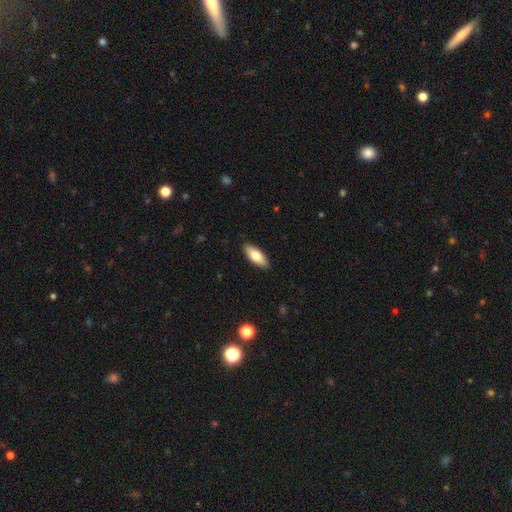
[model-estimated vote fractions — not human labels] Smooth or featured: smooth — 77% (featured or disk — 17%)
How rounded: in between — 78% (cigar-shaped — 20%)
Merging: none — 89% (minor disturbance — 8%)